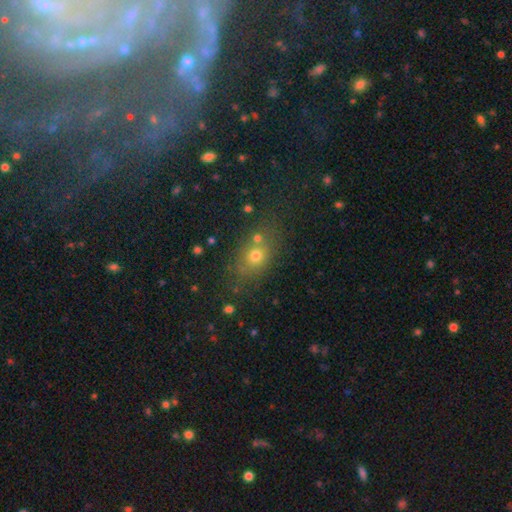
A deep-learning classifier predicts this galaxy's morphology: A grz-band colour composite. It shows a smooth galaxy with no disk features (66%) that is in between round and cigar-shaped (49%). Merging: none (64%).